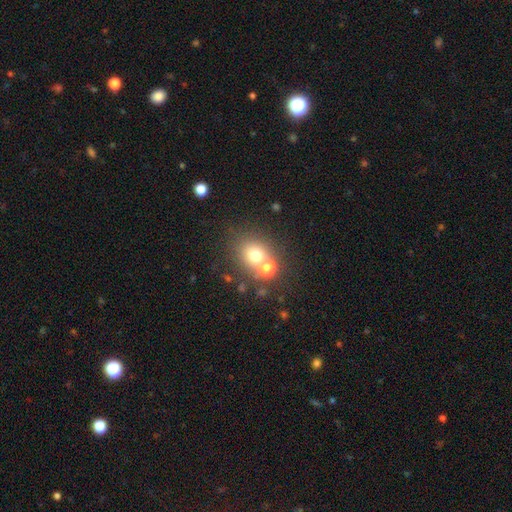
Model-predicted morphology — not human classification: Smooth or featured? smooth (67%)
How rounded? round (78%)
Merging? none (53%)